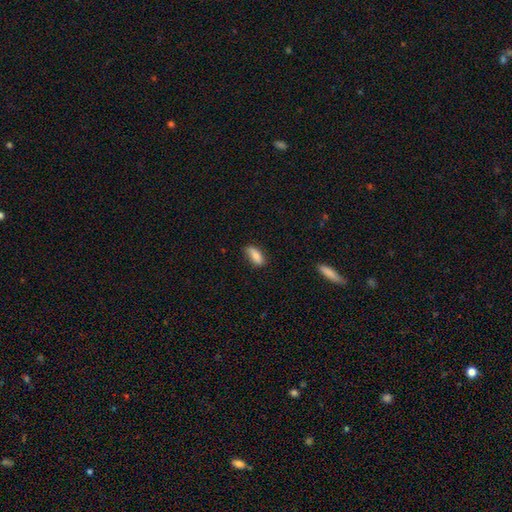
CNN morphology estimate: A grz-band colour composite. It shows a smooth galaxy with no disk features (82%) that is in between round and cigar-shaped (80%). Merging: none (67%).